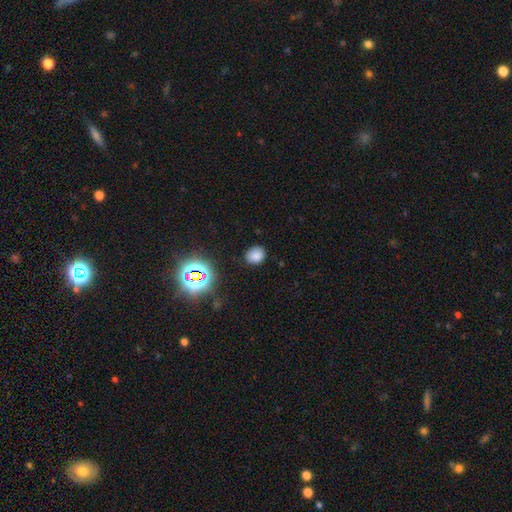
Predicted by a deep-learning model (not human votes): Morphology: type=smooth (76%); roundness=round (55%); merging=none (83%).